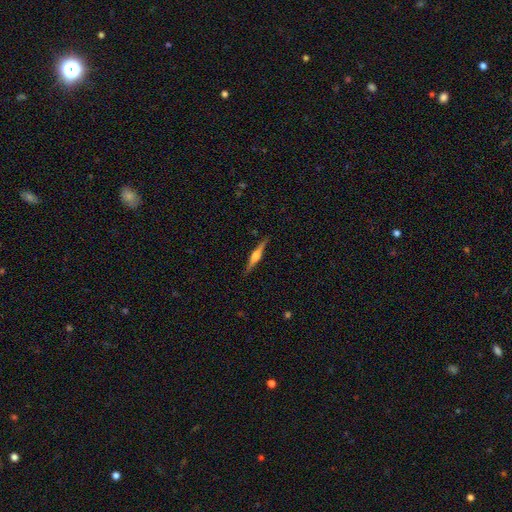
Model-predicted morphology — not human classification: featured or disk 71%, smooth 23%, star or artifact 6%. Down the decision tree: edge-on disk — yes (98%); edge-on bulge — rounded (85%); merging — none (89%).